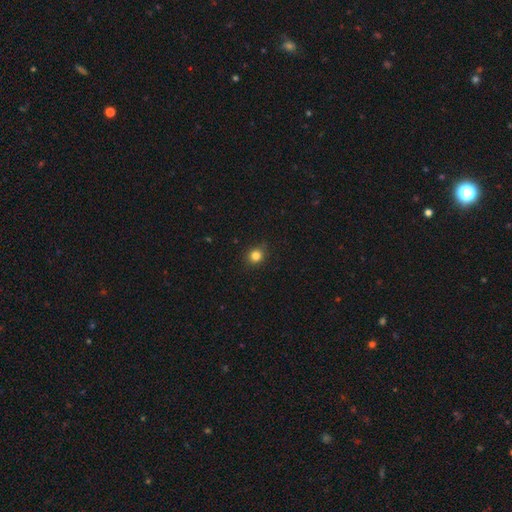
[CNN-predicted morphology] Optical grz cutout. It shows a smooth galaxy with no disk features (83%) that is round (83%). Merging: none (85%).